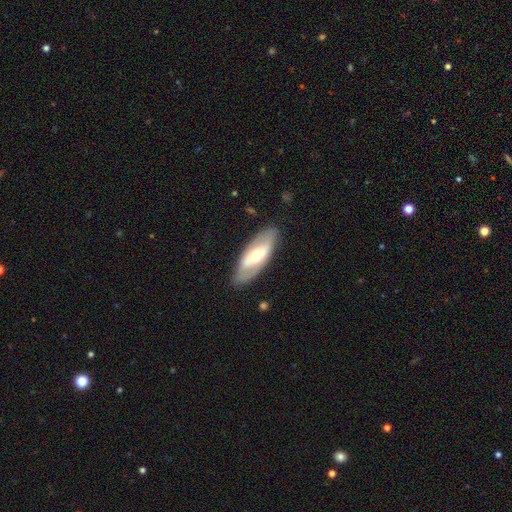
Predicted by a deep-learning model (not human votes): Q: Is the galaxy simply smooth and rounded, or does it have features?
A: featured or disk — 61%.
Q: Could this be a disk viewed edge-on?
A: no — 81%.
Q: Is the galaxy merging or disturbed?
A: none — 85%.